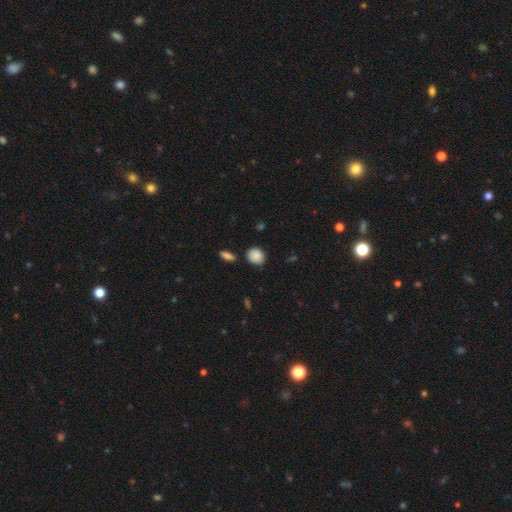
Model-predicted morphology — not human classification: Q: Smooth or featured?
A: smooth (87%); runner-up: star or artifact (8%)
Q: How rounded?
A: round (75%); runner-up: in between (24%)
Q: Merging?
A: none (81%); runner-up: minor disturbance (12%)